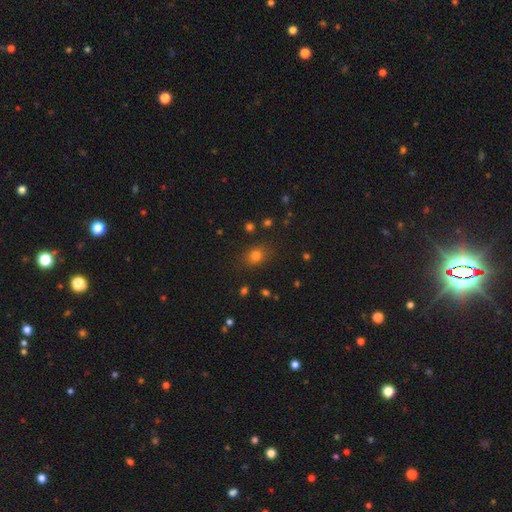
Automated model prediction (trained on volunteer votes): This is likely a smooth galaxy (76%). How rounded: possibly in between (53%). Merging: clearly none (80%).